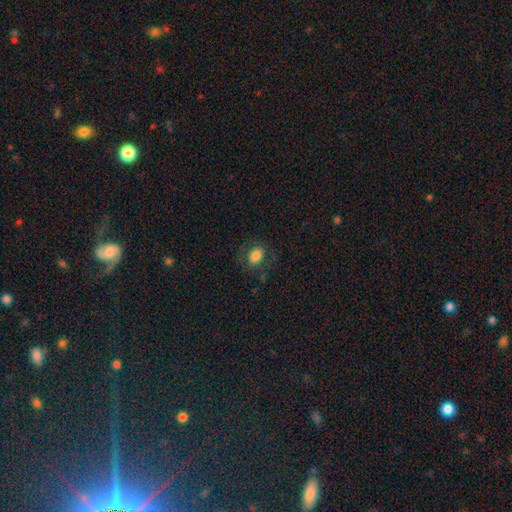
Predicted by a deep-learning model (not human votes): This appears to be a smooth galaxy with no disk features (74%) that is in between round and cigar-shaped (67%). Merging: none (76%).